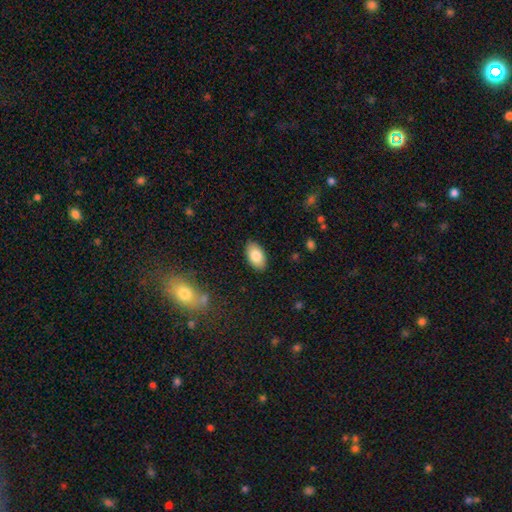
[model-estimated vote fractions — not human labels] Q: Smooth or featured?
A: smooth (82%); runner-up: featured or disk (11%)
Q: How rounded?
A: in between (94%); runner-up: round (4%)
Q: Merging?
A: none (88%); runner-up: minor disturbance (9%)